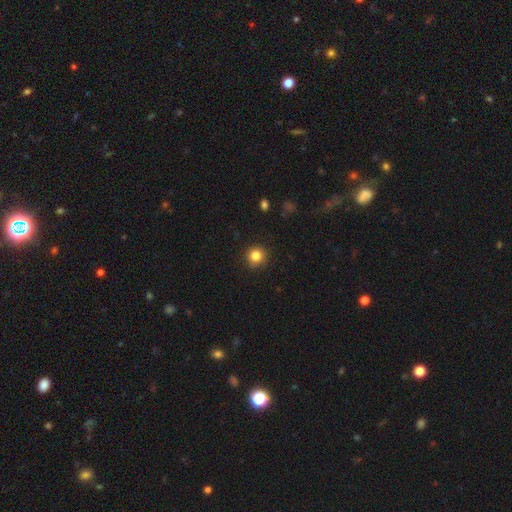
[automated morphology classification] smooth-or-featured: smooth: 83% | star or artifact: 12% | featured or disk: 5%
  how-rounded: round: 92% | in between: 7% | cigar-shaped: 1%
  merging: none: 87% | minor disturbance: 9% | major disturbance: 2% | merger: 1%